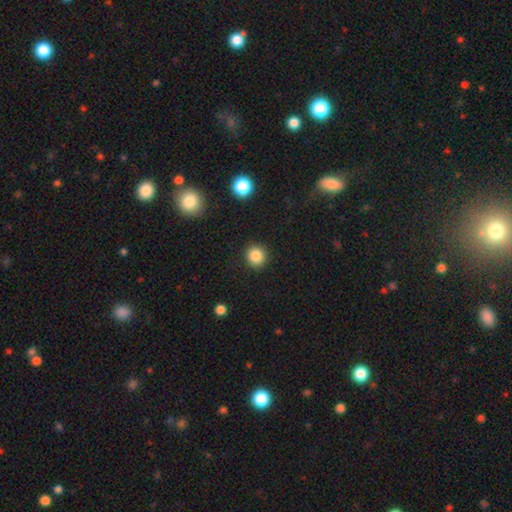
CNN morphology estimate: Q: Smooth or featured?
A: smooth (86%); runner-up: star or artifact (10%)
Q: How rounded?
A: round (91%); runner-up: in between (8%)
Q: Merging?
A: none (91%); runner-up: minor disturbance (6%)